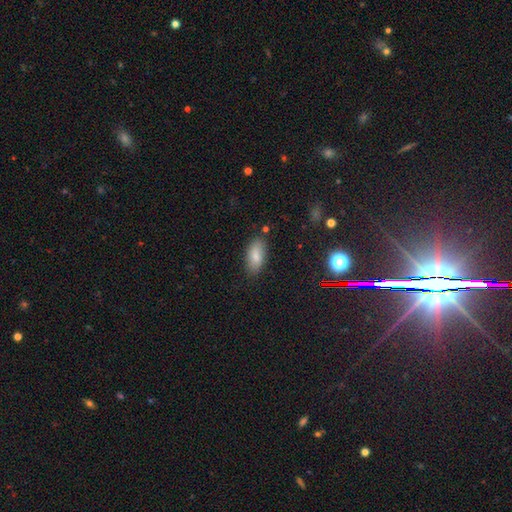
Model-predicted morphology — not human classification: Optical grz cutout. It shows a smooth galaxy with no disk features (81%) that is in between round and cigar-shaped (89%). Merging: none (83%).